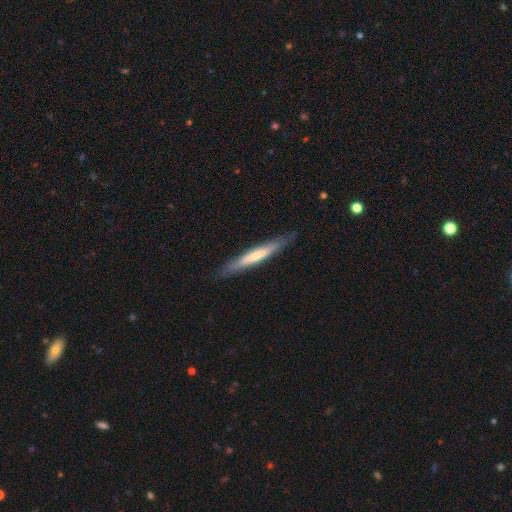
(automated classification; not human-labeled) Smooth or featured?
  - smooth: 56% *
  - featured or disk: 39%
  - star or artifact: 5%
How rounded?
  - cigar-shaped: 95% *
  - in between: 4%
  - round: 1%
Merging?
  - none: 86% *
  - minor disturbance: 11%
  - major disturbance: 2%
  - merger: 1%